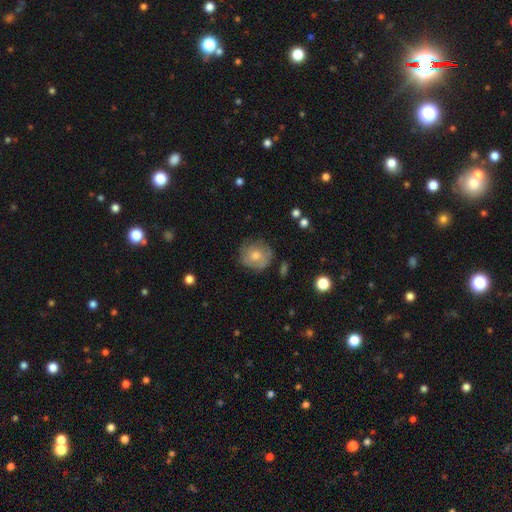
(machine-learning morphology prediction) This is possibly a smooth galaxy (53%). How rounded: clearly round (88%). Merging: likely none (76%).